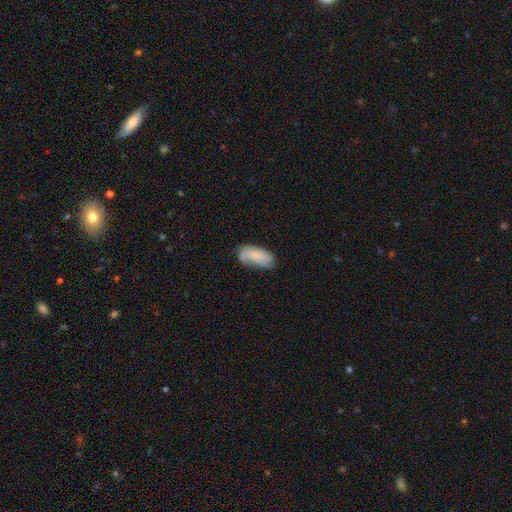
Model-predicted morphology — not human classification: Smooth or featured?
  - smooth: 59% *
  - featured or disk: 33%
  - star or artifact: 8%
How rounded?
  - in between: 87% *
  - cigar-shaped: 11%
  - round: 3%
Merging?
  - none: 53% *
  - minor disturbance: 32%
  - major disturbance: 12%
  - merger: 3%